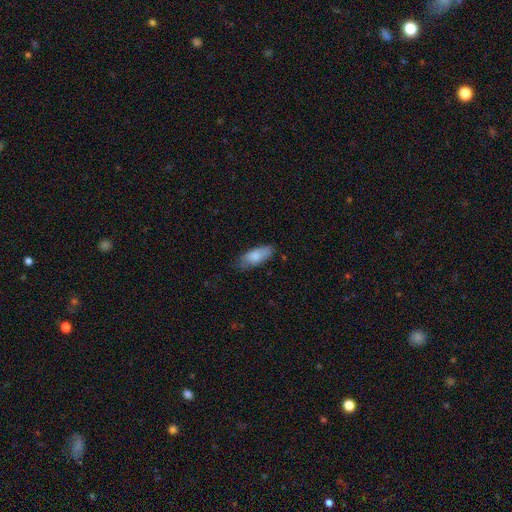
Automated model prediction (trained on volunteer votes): Q: Smooth or featured?
A: smooth (79%); runner-up: featured or disk (15%)
Q: How rounded?
A: in between (81%); runner-up: cigar-shaped (17%)
Q: Merging?
A: none (65%); runner-up: minor disturbance (28%)